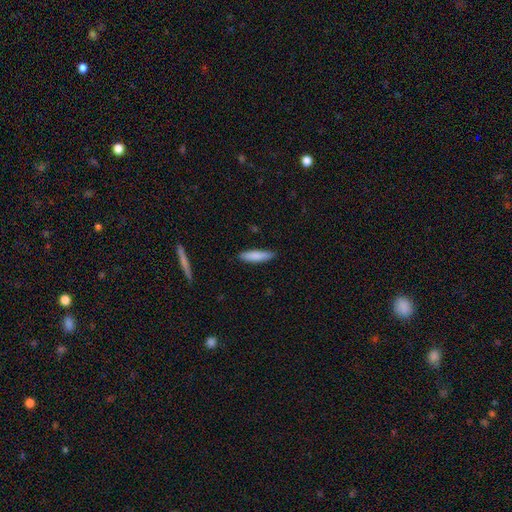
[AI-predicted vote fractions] A smooth galaxy with no disk features (84%) that is cigar-shaped (73%). Merging: none (88%).